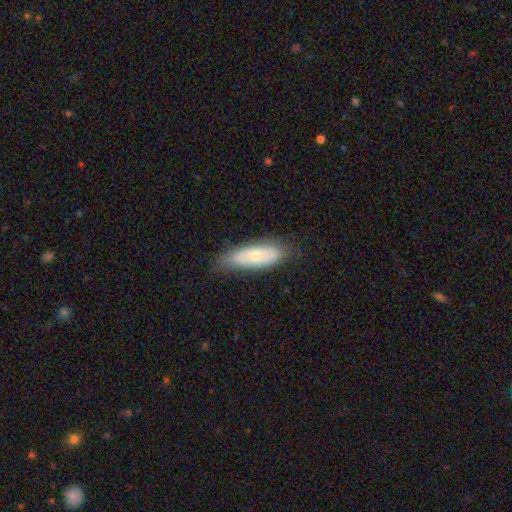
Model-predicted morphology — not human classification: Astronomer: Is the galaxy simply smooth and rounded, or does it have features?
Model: smooth — 55% (runner-up: featured or disk, 38%).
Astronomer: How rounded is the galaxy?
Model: in between — 64%.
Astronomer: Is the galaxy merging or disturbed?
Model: none — 75%.